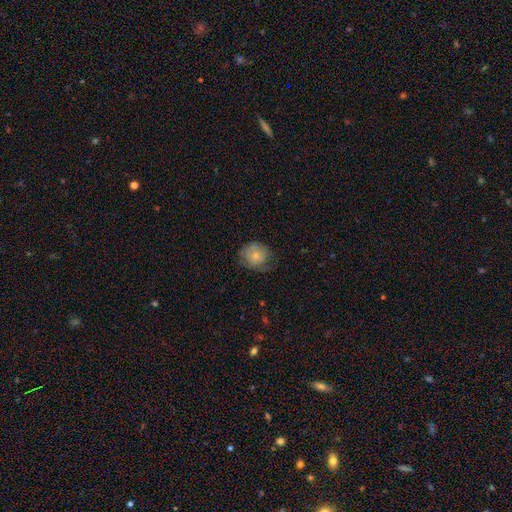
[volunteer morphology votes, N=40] Smooth or featured? smooth (75%)
How rounded? round (80%)
Merging? none (62%)